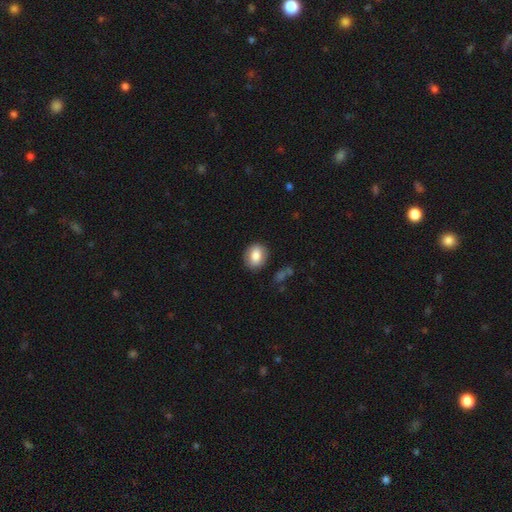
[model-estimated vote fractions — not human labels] Smooth or featured? Predicted: smooth (p=0.82). How rounded? Predicted: in between (p=0.51). Merging? Predicted: none (p=0.84).